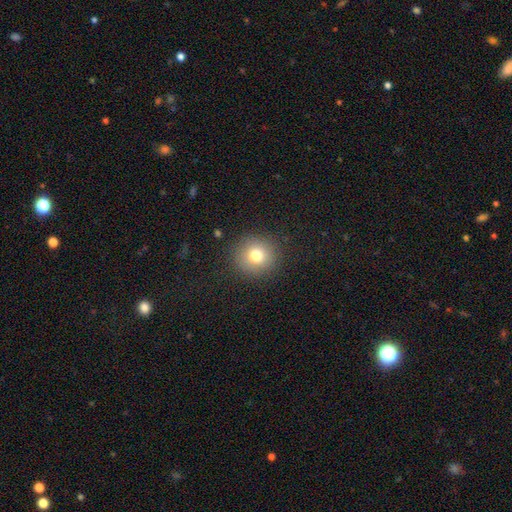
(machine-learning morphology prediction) Q: Smooth or featured?
A: smooth (76%); runner-up: star or artifact (13%)
Q: How rounded?
A: round (92%); runner-up: in between (7%)
Q: Merging?
A: none (90%); runner-up: minor disturbance (6%)